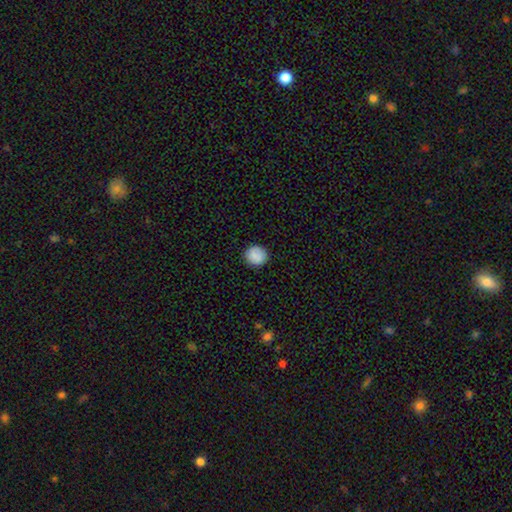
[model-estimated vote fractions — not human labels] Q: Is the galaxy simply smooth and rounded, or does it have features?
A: smooth — 88%.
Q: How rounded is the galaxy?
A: round — 91%.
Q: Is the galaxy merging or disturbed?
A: none — 91%.